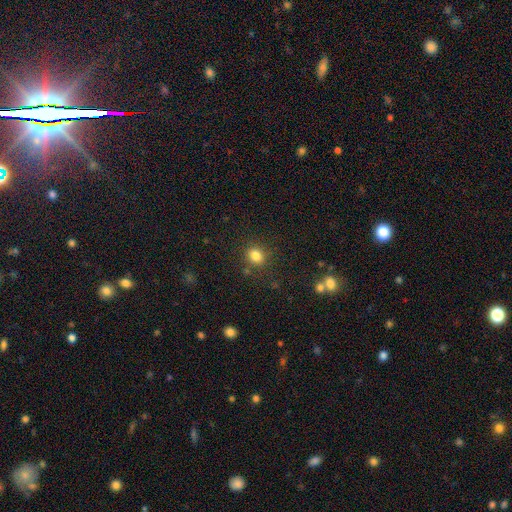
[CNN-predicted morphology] Smooth or featured: smooth — 82% (star or artifact — 12%)
How rounded: round — 65% (in between — 34%)
Merging: none — 82% (minor disturbance — 10%)